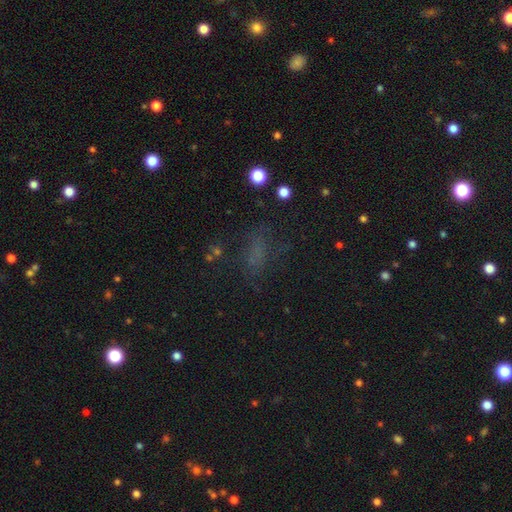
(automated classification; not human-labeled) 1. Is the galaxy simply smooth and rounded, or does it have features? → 54% smooth, 32% star or artifact, 14% featured or disk.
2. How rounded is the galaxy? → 69% in between, 19% cigar-shaped, 12% round.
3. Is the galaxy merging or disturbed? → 62% none, 19% minor disturbance, 16% major disturbance, 4% merger.